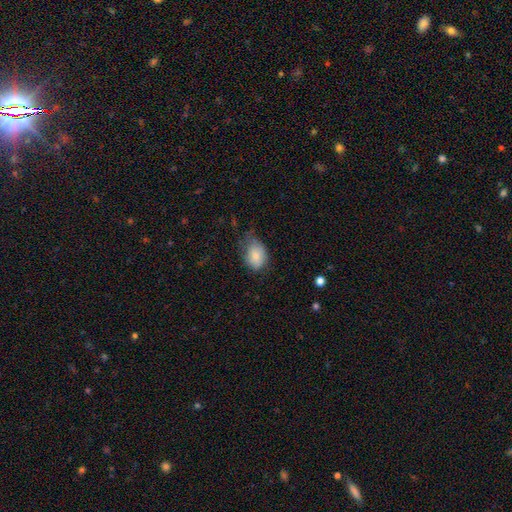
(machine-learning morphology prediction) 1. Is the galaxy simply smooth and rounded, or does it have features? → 81% smooth, 12% featured or disk, 8% star or artifact.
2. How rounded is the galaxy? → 77% in between, 22% round, 1% cigar-shaped.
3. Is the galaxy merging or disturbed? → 46% none, 39% minor disturbance, 14% major disturbance, 2% merger.